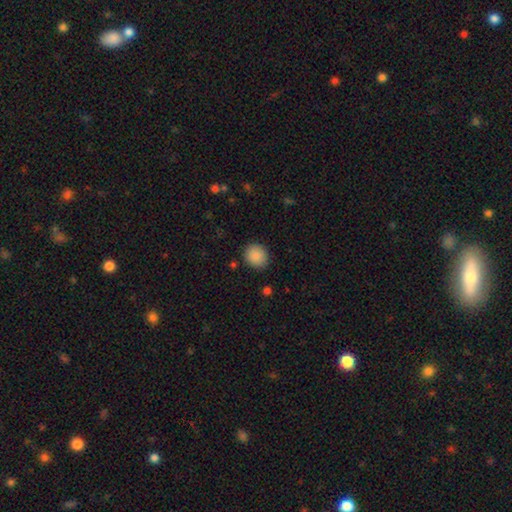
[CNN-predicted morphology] smooth 88%, star or artifact 8%, featured or disk 3%. Down the decision tree: how rounded — round (80%); merging — none (87%).